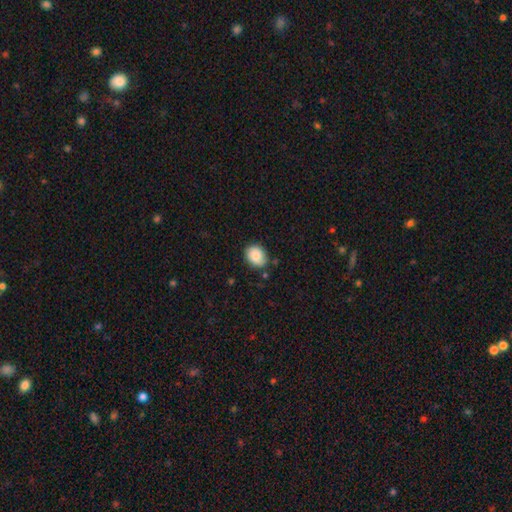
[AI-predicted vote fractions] Smooth or featured?
  - smooth: 83% *
  - featured or disk: 9%
  - star or artifact: 8%
How rounded?
  - in between: 55% *
  - round: 44%
  - cigar-shaped: 1%
Merging?
  - none: 79% *
  - minor disturbance: 16%
  - major disturbance: 3%
  - merger: 2%